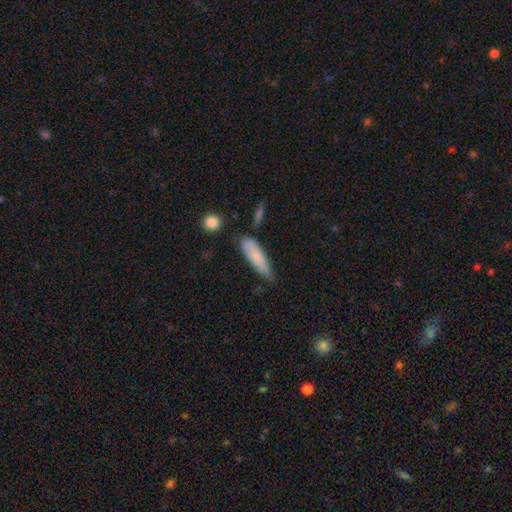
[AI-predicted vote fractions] Smooth or featured?
  - smooth: 80% *
  - featured or disk: 14%
  - star or artifact: 6%
How rounded?
  - cigar-shaped: 62% *
  - in between: 36%
  - round: 2%
Merging?
  - none: 59% *
  - minor disturbance: 30%
  - major disturbance: 6%
  - merger: 5%